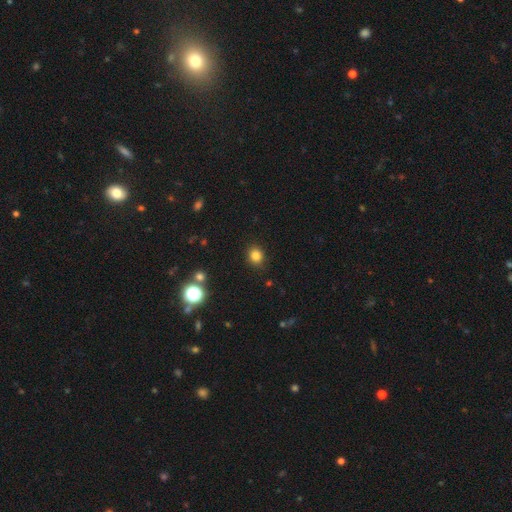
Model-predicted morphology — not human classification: Smooth or featured: smooth — 82% (star or artifact — 13%)
How rounded: round — 79% (in between — 20%)
Merging: none — 88% (minor disturbance — 8%)